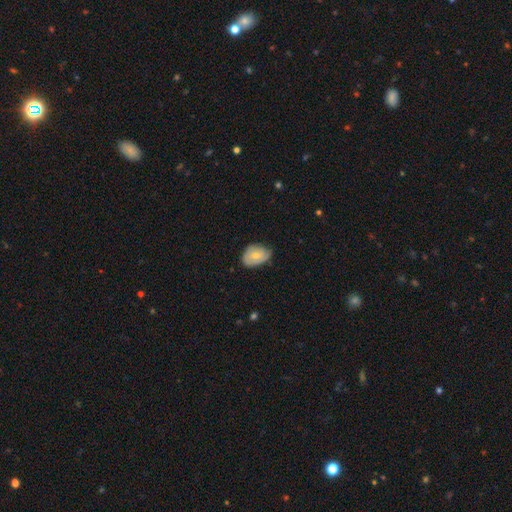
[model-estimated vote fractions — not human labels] Overall: smooth (62%; featured or disk 31%). How rounded: in between (77%). Merging: none (52%; minor disturbance 40%).